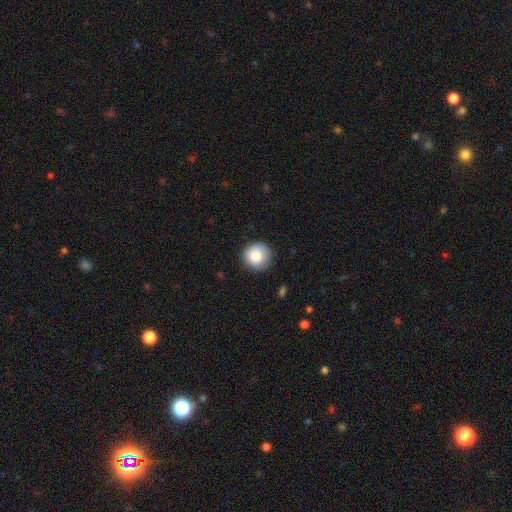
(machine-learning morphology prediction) Q: Smooth or featured?
A: smooth (85%); runner-up: star or artifact (8%)
Q: How rounded?
A: round (95%); runner-up: in between (4%)
Q: Merging?
A: none (87%); runner-up: minor disturbance (9%)